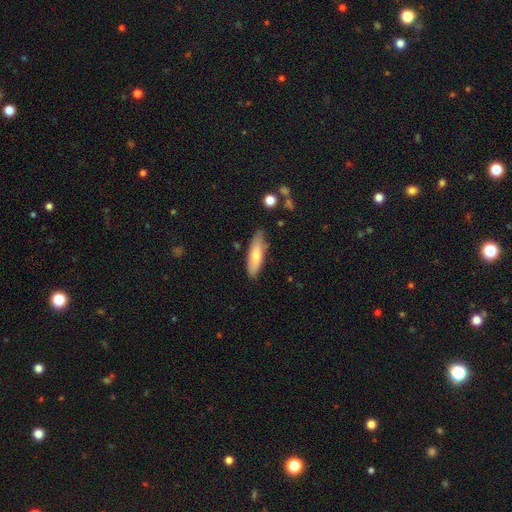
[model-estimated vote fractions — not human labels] smooth_or_featured: smooth (p=0.69) [alt: featured or disk p=0.25]
how_rounded: cigar-shaped (p=0.52) [alt: in between p=0.46]
merging: none (p=0.76) [alt: minor disturbance p=0.19]